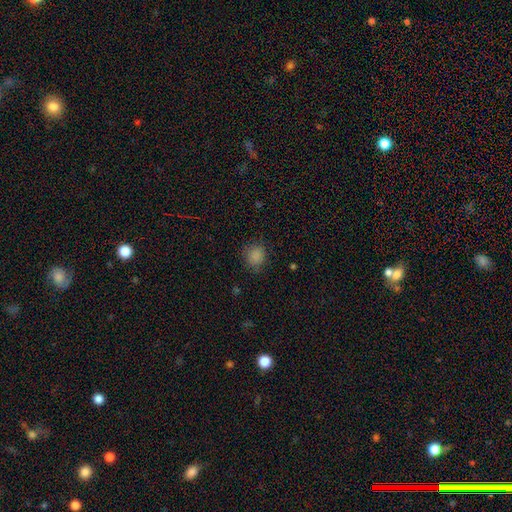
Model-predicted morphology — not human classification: Smooth or featured?
  - smooth: 85% *
  - star or artifact: 11%
  - featured or disk: 4%
How rounded?
  - round: 78% *
  - in between: 22%
  - cigar-shaped: 1%
Merging?
  - none: 81% *
  - minor disturbance: 14%
  - major disturbance: 4%
  - merger: 1%